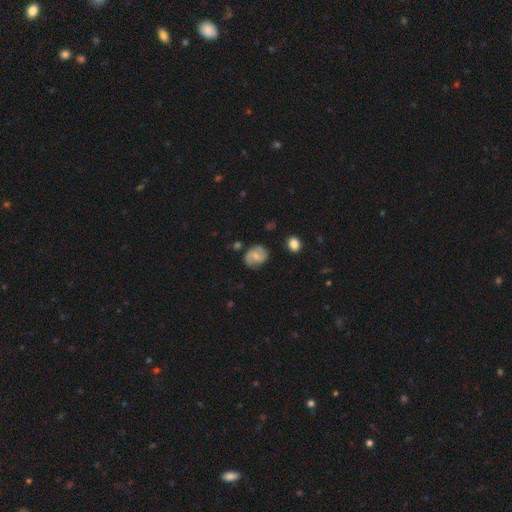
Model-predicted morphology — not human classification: Overall: featured or disk (52%; smooth 40%). Edge-on disk: no (97%). Bar: no (49%; weak 41%). Spiral arms: yes (83%). Bulge size: small (46%, tied with moderate). Merging: none (71%).